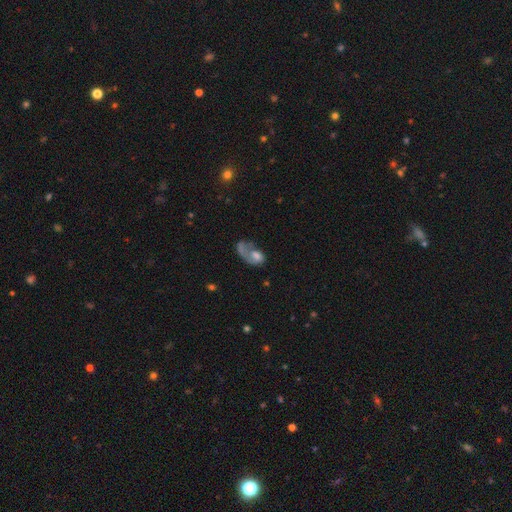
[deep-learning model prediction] This is possibly a featured or disk galaxy (50%). It is clearly not viewed edge-on (96%). Merging: possibly major disturbance (50%).